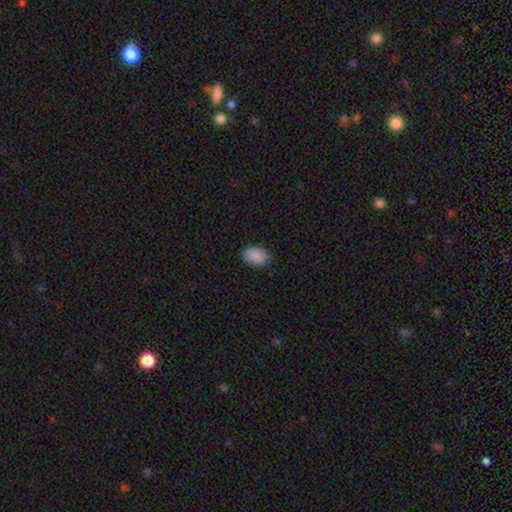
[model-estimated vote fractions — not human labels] This appears to be a smooth galaxy with no disk features (90%) that is in between round and cigar-shaped (87%). Merging: none (86%).